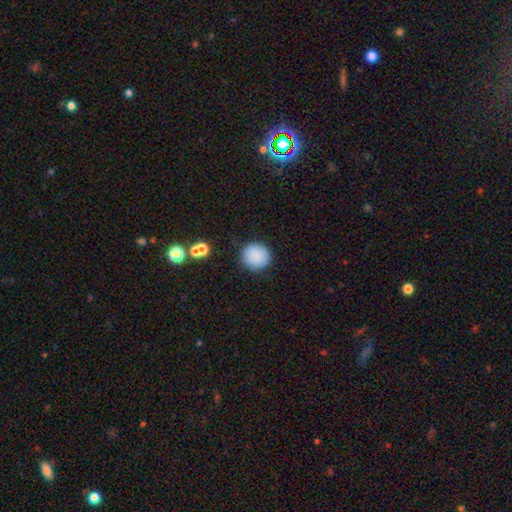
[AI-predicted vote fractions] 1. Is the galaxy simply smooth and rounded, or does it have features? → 87% smooth, 9% star or artifact, 4% featured or disk.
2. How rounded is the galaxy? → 93% round, 6% in between, 1% cigar-shaped.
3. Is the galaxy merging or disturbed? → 88% none, 8% minor disturbance, 2% major disturbance, 2% merger.